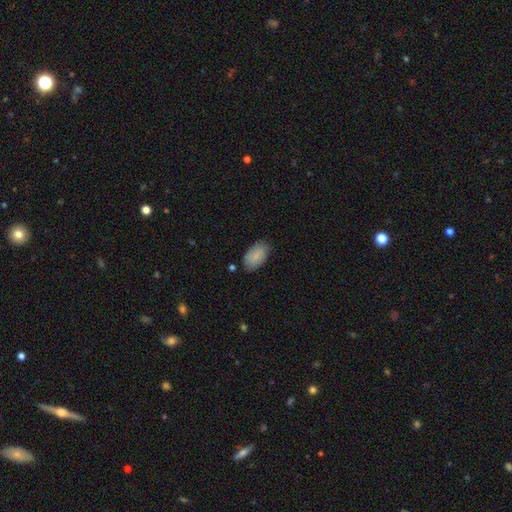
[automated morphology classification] The model was most divided on "merging": none: 76%, minor disturbance: 19%, major disturbance: 3%, merger: 2%. More confident: how rounded — in between (94%); smooth or featured — smooth (83%).